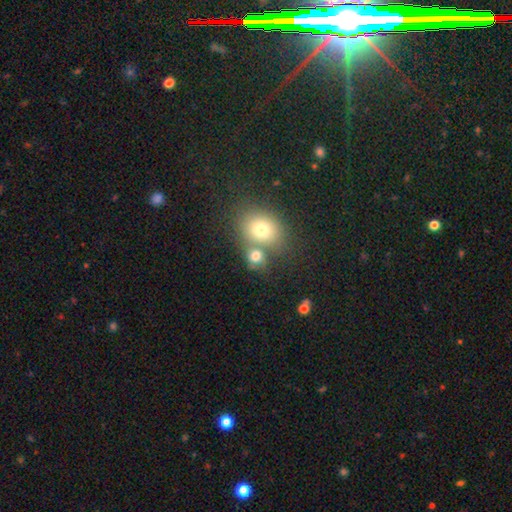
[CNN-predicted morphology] Smooth or featured: smooth — 74% (star or artifact — 13%)
How rounded: round — 61% (in between — 38%)
Merging: none — 44% (merger — 41%)